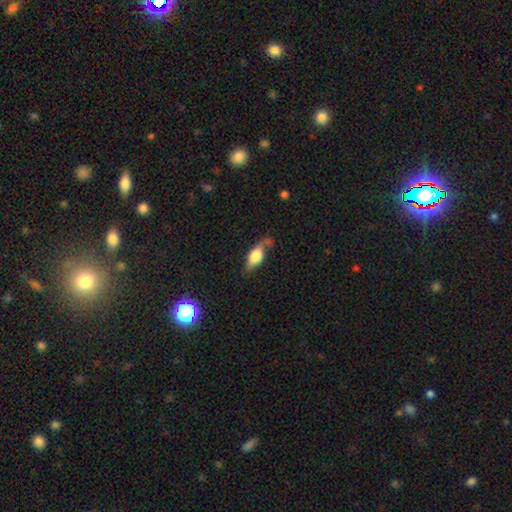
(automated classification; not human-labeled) smooth-or-featured: smooth: 62% | featured or disk: 30% | star or artifact: 8%
  how-rounded: in between: 76% | cigar-shaped: 18% | round: 6%
  merging: none: 45% | minor disturbance: 32% | major disturbance: 17% | merger: 6%